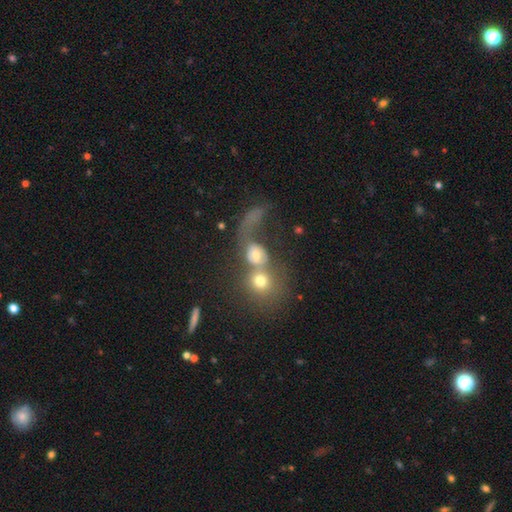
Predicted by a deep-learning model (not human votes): smooth-or-featured: smooth: 52% | featured or disk: 35% | star or artifact: 14%
  how-rounded: round: 70% | in between: 28% | cigar-shaped: 3%
  merging: merger: 71% | major disturbance: 14% | none: 11% | minor disturbance: 4%